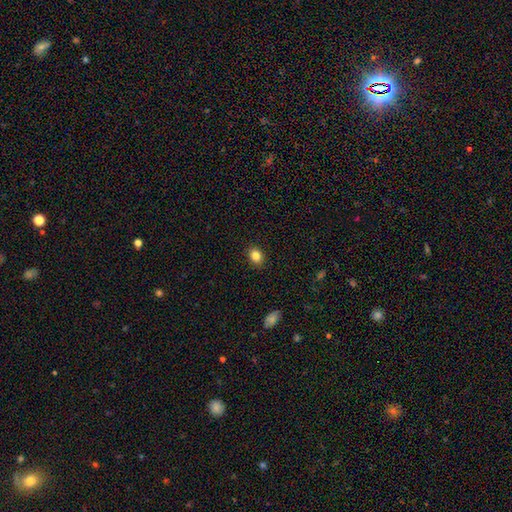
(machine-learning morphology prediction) Smooth or featured? smooth (84%)
How rounded? in between (59%)
Merging? none (89%)